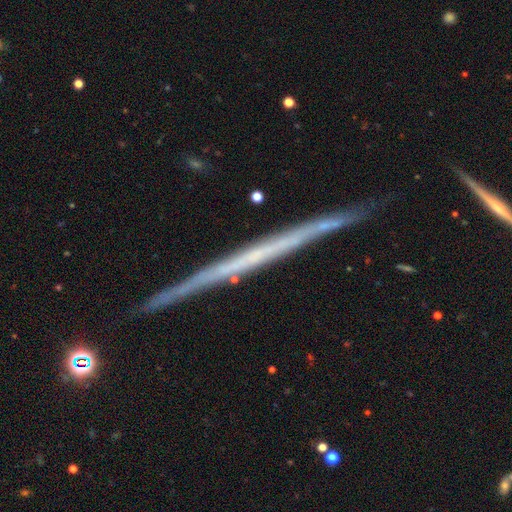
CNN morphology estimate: This is likely a featured or disk galaxy (74%). It is clearly viewed edge-on (98%). Edge-on bulge: clearly none (89%). Merging: clearly none (89%).